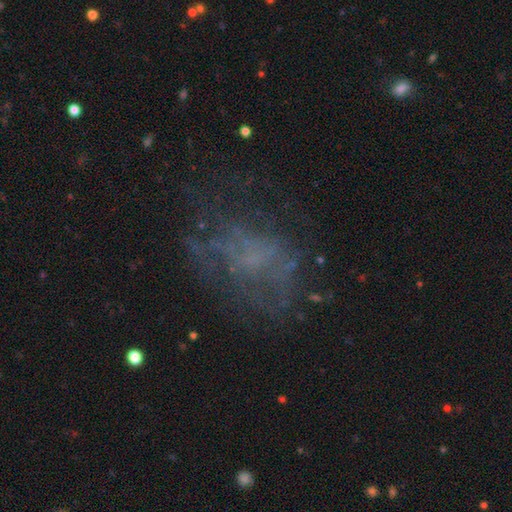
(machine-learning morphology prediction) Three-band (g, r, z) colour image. It shows a featured or disk galaxy (51%). Merging: none (50%).